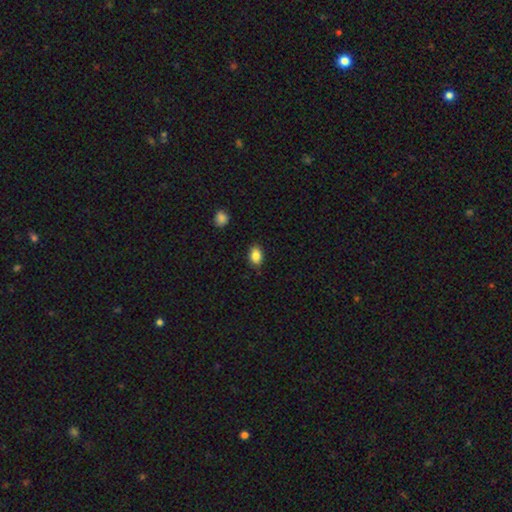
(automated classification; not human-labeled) Smooth or featured? Predicted: smooth (p=0.85). How rounded? Predicted: in between (p=0.80). Merging? Predicted: none (p=0.85).